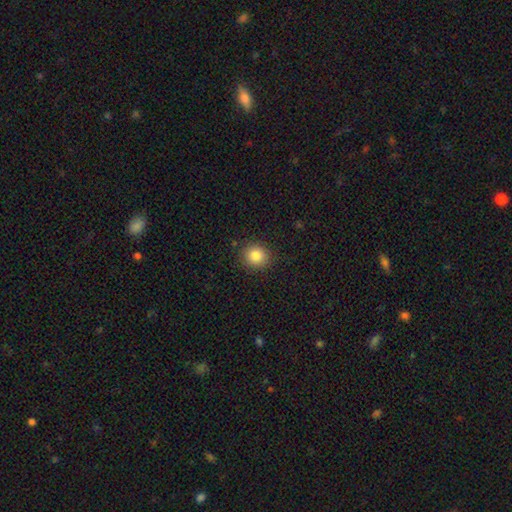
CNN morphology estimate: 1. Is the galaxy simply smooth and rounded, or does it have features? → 84% smooth, 10% star or artifact, 6% featured or disk.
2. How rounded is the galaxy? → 86% round, 13% in between, 1% cigar-shaped.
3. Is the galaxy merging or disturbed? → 89% none, 7% minor disturbance, 2% major disturbance, 1% merger.